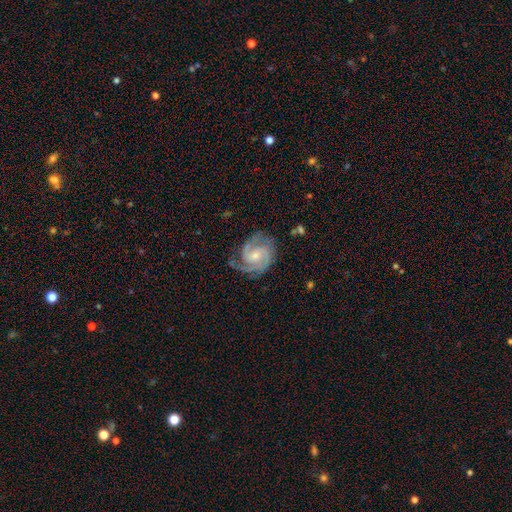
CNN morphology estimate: featured or disk 90%, smooth 5%, star or artifact 4%. Down the decision tree: edge-on disk — no (98%); bar — no (56%); spiral arms — yes (98%); spiral arm count — 2 (61%); spiral winding — tight (47%); bulge size — small (60%); merging — none (72%).